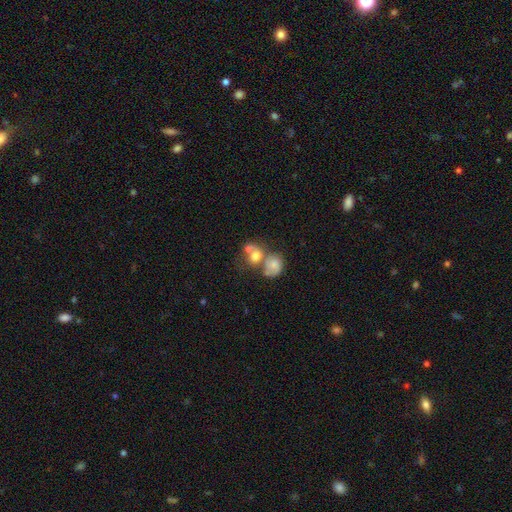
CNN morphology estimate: Smooth or featured: smooth — 64% (featured or disk — 25%)
How rounded: round — 66% (in between — 33%)
Merging: merger — 61% (none — 23%)